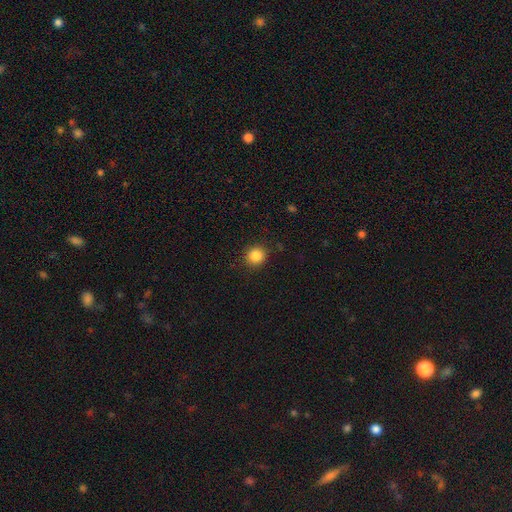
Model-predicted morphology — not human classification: smooth_or_featured: smooth (p=0.85) [alt: star or artifact p=0.10]
how_rounded: round (p=0.89) [alt: in between p=0.10]
merging: none (p=0.90) [alt: minor disturbance p=0.06]